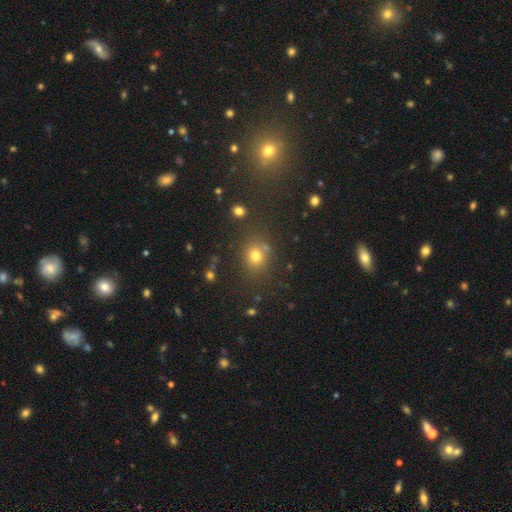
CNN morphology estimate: This is likely a smooth galaxy (68%). How rounded: likely round (78%). Merging: likely none (75%).